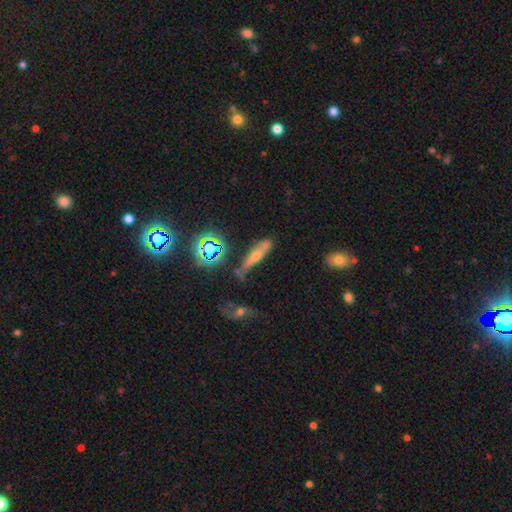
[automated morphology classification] smooth_or_featured: featured or disk (p=0.40) [alt: smooth p=0.36]
merging: none (p=0.55) [alt: minor disturbance p=0.23]